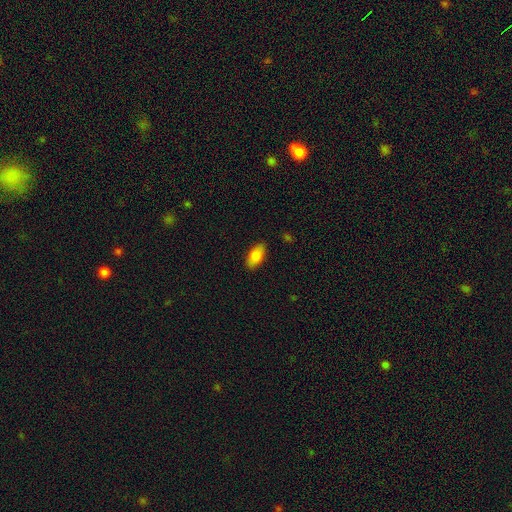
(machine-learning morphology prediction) A smooth galaxy with no disk features (85%) that is in between round and cigar-shaped (92%). Merging: none (87%).